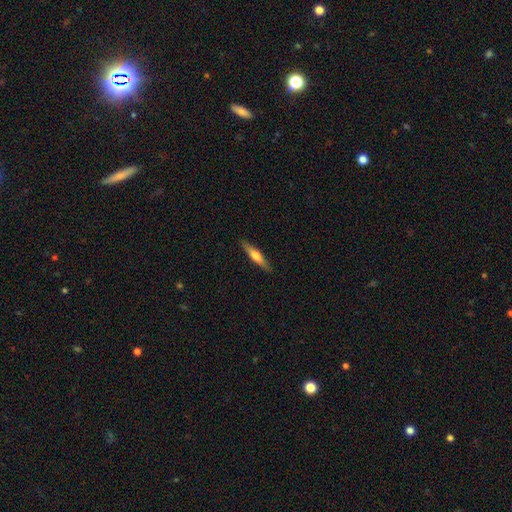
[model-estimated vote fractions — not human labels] Smooth or featured? Predicted: smooth (p=0.48). Merging? Predicted: none (p=0.90).